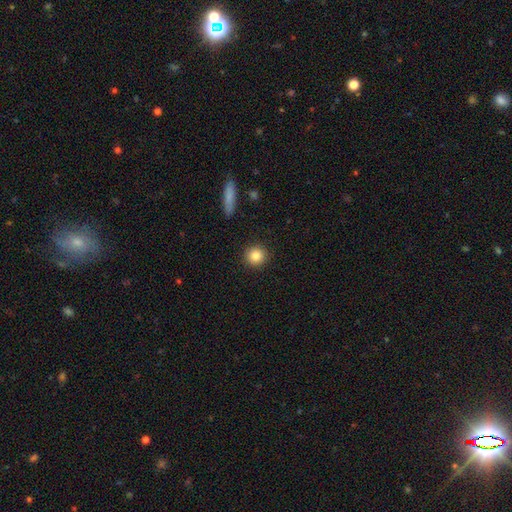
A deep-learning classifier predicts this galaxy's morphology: Smooth or featured: smooth — 85% (star or artifact — 9%)
How rounded: round — 93% (in between — 6%)
Merging: none — 91% (minor disturbance — 6%)